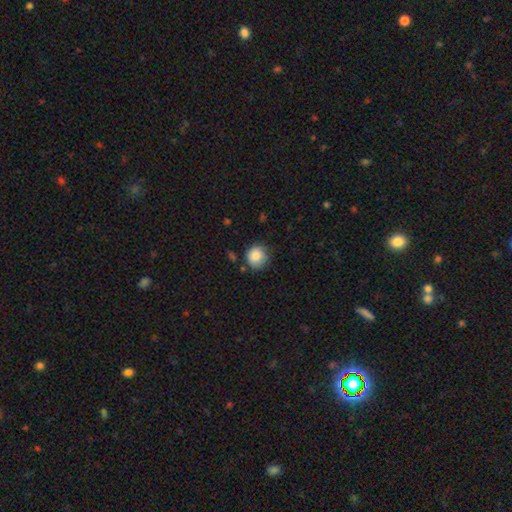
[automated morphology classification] Smooth or featured? Predicted: smooth (p=0.85). How rounded? Predicted: round (p=0.90). Merging? Predicted: none (p=0.76).